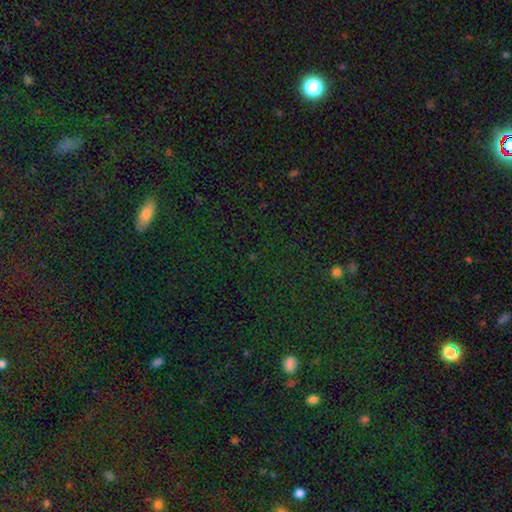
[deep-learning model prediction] star or artifact 66%, smooth 24%, featured or disk 11%.